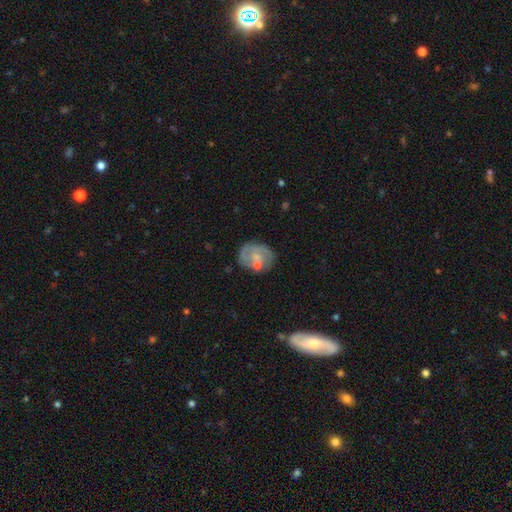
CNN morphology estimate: The model was most divided on "spiral arms": yes: 60%, no: 40%. More confident: edge-on disk — no (97%); bar — no (75%); smooth or featured — featured or disk (58%); merging — none (57%); bulge size — small (54%).